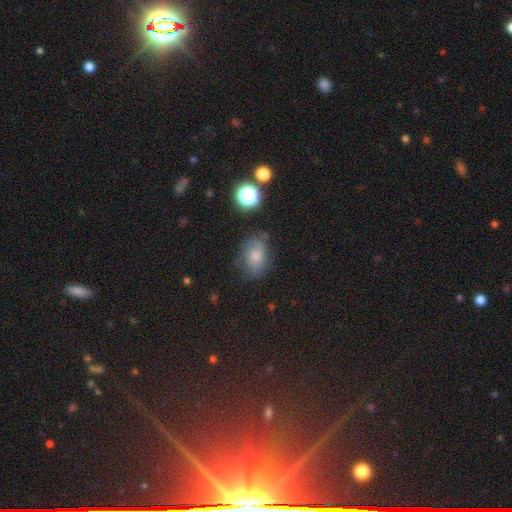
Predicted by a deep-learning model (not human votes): A smooth galaxy with no disk features (68%) that is in between round and cigar-shaped (76%). Merging: none (63%).